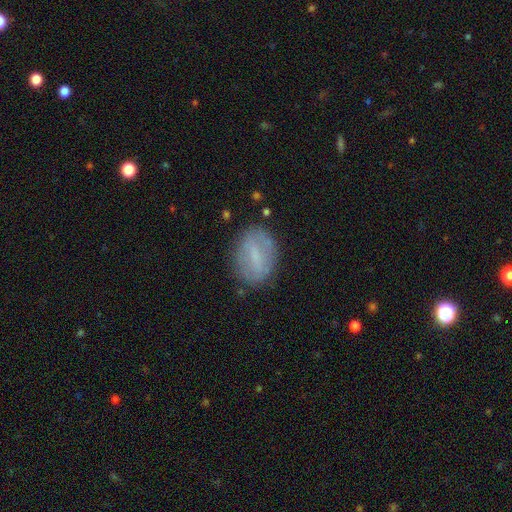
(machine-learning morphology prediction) Smooth or featured: smooth — 49% (featured or disk — 42%)
Merging: none — 78% (minor disturbance — 15%)